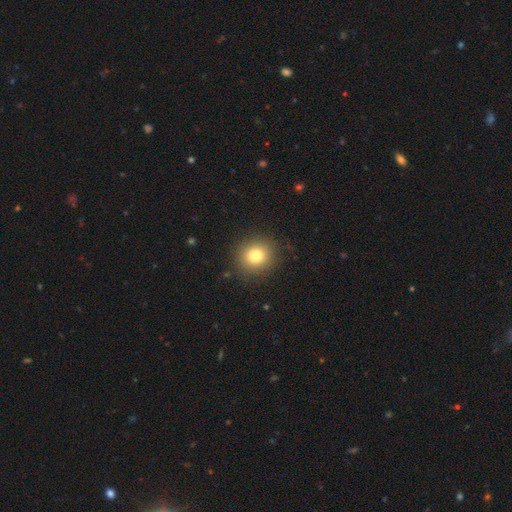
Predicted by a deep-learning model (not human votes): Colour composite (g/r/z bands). It shows a smooth galaxy with no disk features (79%) that is round (87%). Merging: none (88%).